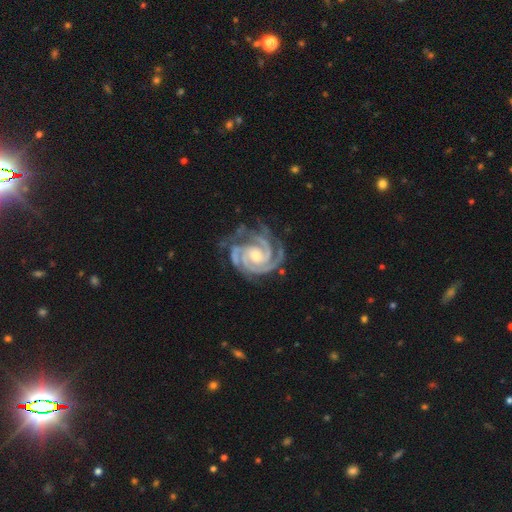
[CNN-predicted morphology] The model was most divided on "bulge size": moderate: 56%, small: 39%, large: 3%, none: 2%, dominant: 1%. More confident: spiral arms — yes (99%); edge-on disk — no (98%); smooth or featured — featured or disk (95%); spiral winding — tight (78%); merging — none (70%); bar — no (62%); spiral arm count — 3 (51%).